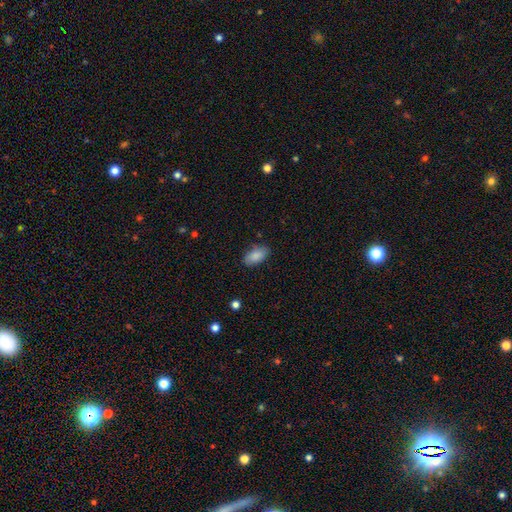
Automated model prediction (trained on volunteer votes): The model was most divided on "merging": none: 84%, minor disturbance: 12%, major disturbance: 3%, merger: 1%. More confident: how rounded — in between (93%); smooth or featured — smooth (87%).